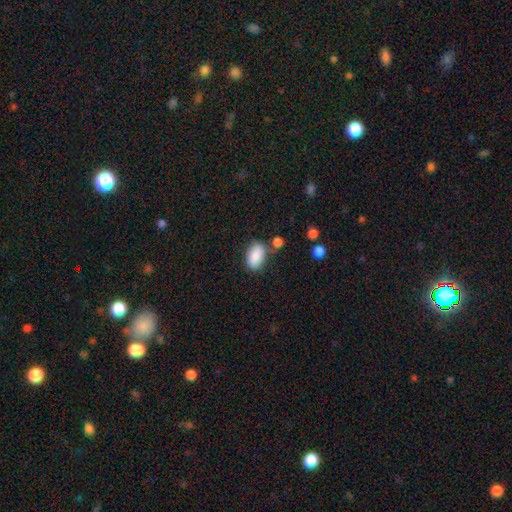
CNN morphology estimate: This is clearly a smooth galaxy (88%). How rounded: clearly in between (92%). Merging: likely none (70%).